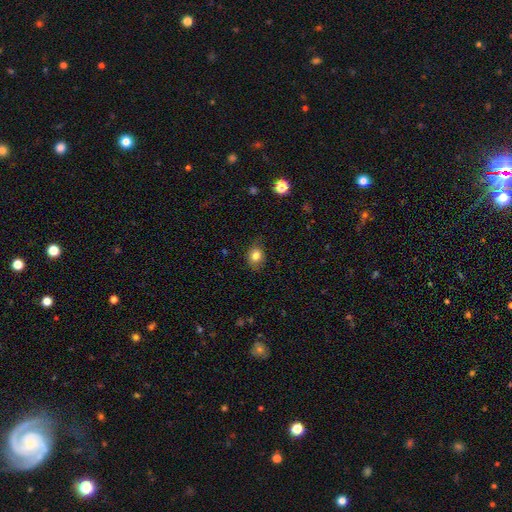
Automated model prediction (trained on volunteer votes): This is clearly a smooth galaxy (81%). How rounded: possibly round (58%). Merging: likely none (74%).